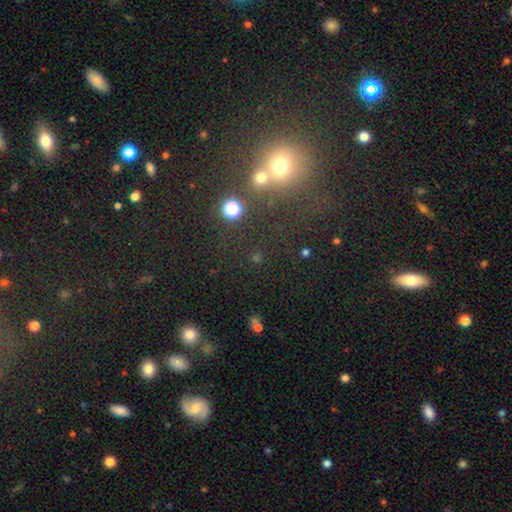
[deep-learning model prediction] Overall: smooth (52%; star or artifact 39%). How rounded: round (83%). Merging: none (68%).